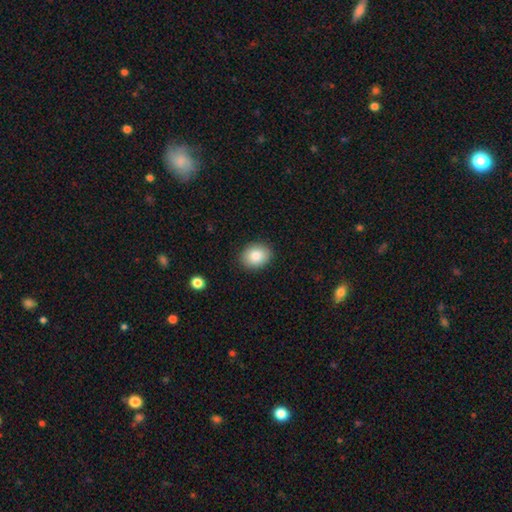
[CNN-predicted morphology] A smooth galaxy with no disk features (85%) that is in between round and cigar-shaped (55%). Merging: none (89%).